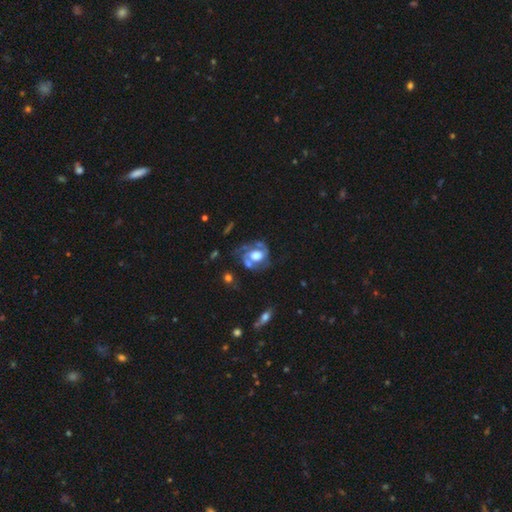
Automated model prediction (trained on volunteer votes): A featured or disk galaxy (74%) with no bar (65%), 2 (73%) medium (44%) spiral arms (82%) and a large central bulge (57%).

Vote fractions:
- Smooth or featured? featured or disk: 74% / smooth: 19% / star or artifact: 7%
- Edge-on disk? no: 97% / yes: 3%
- Bar? no: 65% / weak: 25% / strong: 9%
- Spiral arms? yes: 82% / no: 18%
- Spiral winding? medium: 44% / tight: 37% / loose: 19%
- Spiral arm count? 2: 73% / can't tell: 12% / 1: 7% / 3: 4% / 4: 2% / more than 4: 2%
- Bulge size? large: 57% / moderate: 23% / dominant: 11% / small: 5% / none: 4%
- Merging? none: 49% / minor disturbance: 23% / major disturbance: 19% / merger: 8%